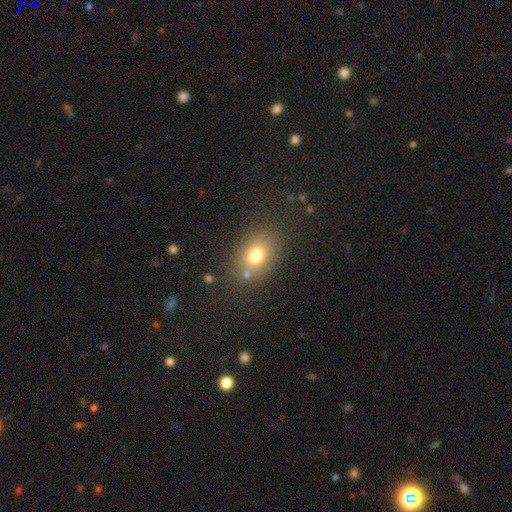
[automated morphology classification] Smooth or featured?
  - smooth: 75% *
  - star or artifact: 13%
  - featured or disk: 12%
How rounded?
  - in between: 62% *
  - round: 36%
  - cigar-shaped: 1%
Merging?
  - none: 75% *
  - minor disturbance: 12%
  - merger: 7%
  - major disturbance: 5%